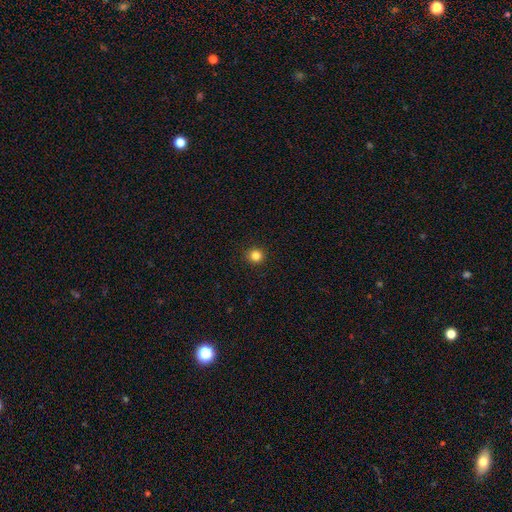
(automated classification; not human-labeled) Q: Smooth or featured?
A: smooth (83%); runner-up: star or artifact (13%)
Q: How rounded?
A: round (94%); runner-up: in between (5%)
Q: Merging?
A: none (92%); runner-up: minor disturbance (5%)